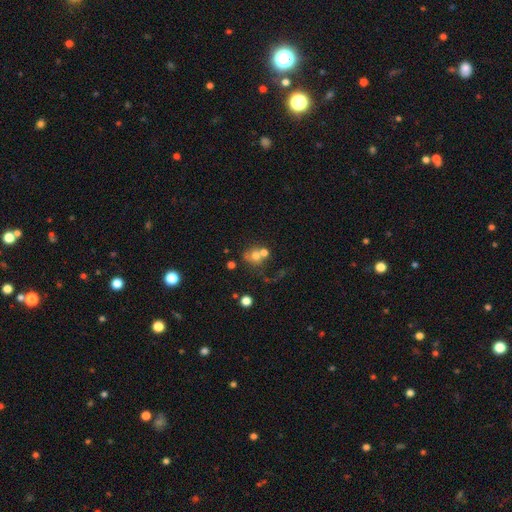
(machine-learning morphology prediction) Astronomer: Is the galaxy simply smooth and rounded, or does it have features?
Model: smooth — 63%.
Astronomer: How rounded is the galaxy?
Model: round — 70%.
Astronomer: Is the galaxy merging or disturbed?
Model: merger — 45% (runner-up: none, 35%).